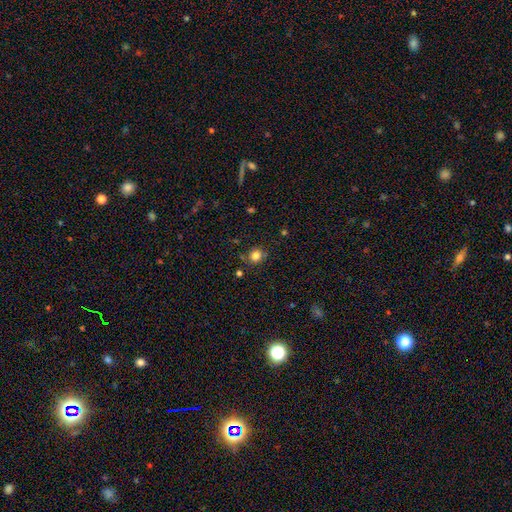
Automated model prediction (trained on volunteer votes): Smooth or featured? smooth (81%)
How rounded? round (88%)
Merging? none (83%)